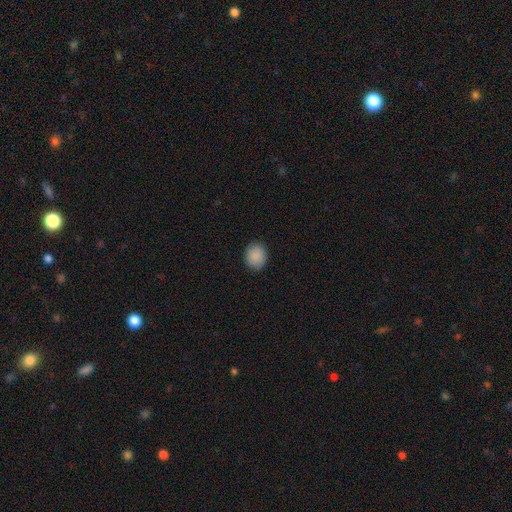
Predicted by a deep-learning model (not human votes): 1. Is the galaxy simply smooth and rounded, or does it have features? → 90% smooth, 7% star or artifact, 3% featured or disk.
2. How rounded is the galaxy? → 66% round, 33% in between, 1% cigar-shaped.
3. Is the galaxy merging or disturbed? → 88% none, 9% minor disturbance, 2% major disturbance, 1% merger.